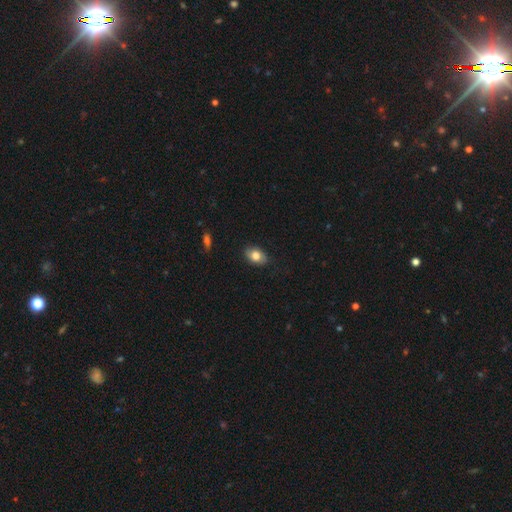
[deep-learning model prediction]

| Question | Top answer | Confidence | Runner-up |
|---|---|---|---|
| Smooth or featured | smooth | 81% | featured or disk (12%) |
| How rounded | in between | 84% | round (15%) |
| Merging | none | 83% | minor disturbance (13%) |